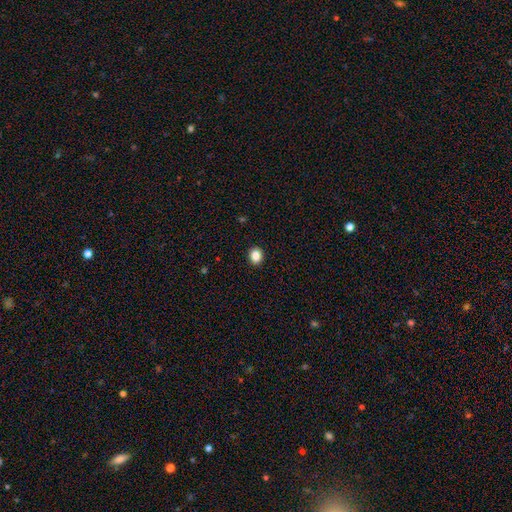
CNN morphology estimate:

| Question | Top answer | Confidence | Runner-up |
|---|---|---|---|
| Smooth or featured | smooth | 86% | star or artifact (10%) |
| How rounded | round | 60% | in between (39%) |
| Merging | none | 91% | minor disturbance (6%) |